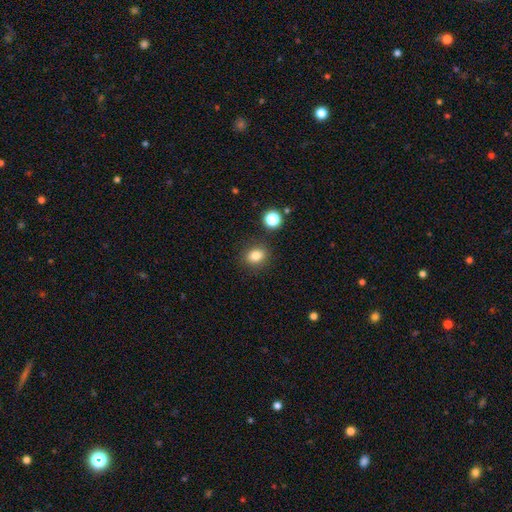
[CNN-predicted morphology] Smooth or featured?
  - smooth: 82% *
  - star or artifact: 12%
  - featured or disk: 7%
How rounded?
  - in between: 51% *
  - round: 48%
  - cigar-shaped: 1%
Merging?
  - none: 84% *
  - minor disturbance: 10%
  - merger: 4%
  - major disturbance: 3%